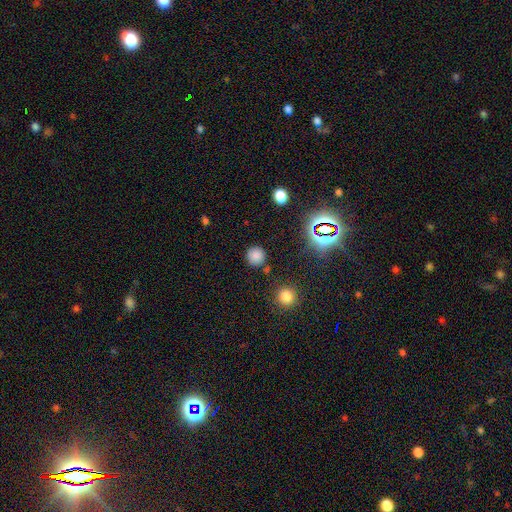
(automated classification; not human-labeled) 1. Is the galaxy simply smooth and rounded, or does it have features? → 76% smooth, 18% star or artifact, 6% featured or disk.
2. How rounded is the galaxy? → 93% round, 6% in between, 1% cigar-shaped.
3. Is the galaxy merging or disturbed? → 85% none, 8% minor disturbance, 4% merger, 3% major disturbance.